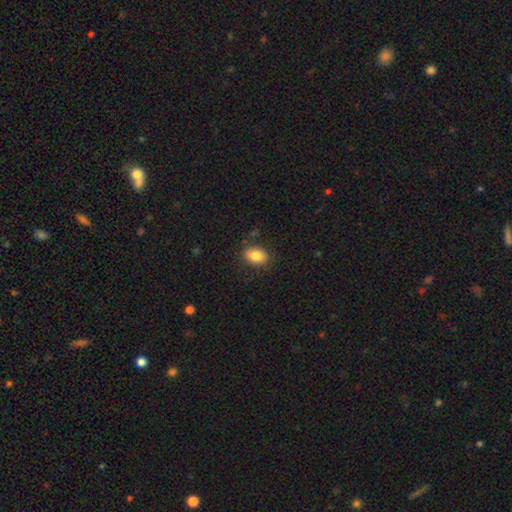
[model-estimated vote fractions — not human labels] Smooth or featured? Predicted: smooth (p=0.83). How rounded? Predicted: in between (p=0.75). Merging? Predicted: none (p=0.83).